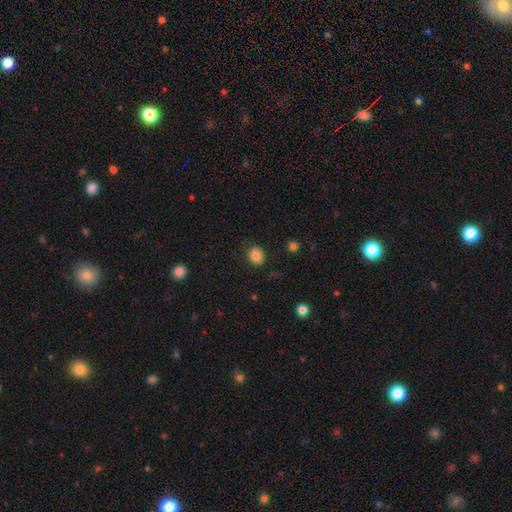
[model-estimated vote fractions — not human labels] This is clearly a smooth galaxy (85%). How rounded: possibly round (60%). Merging: clearly none (84%).